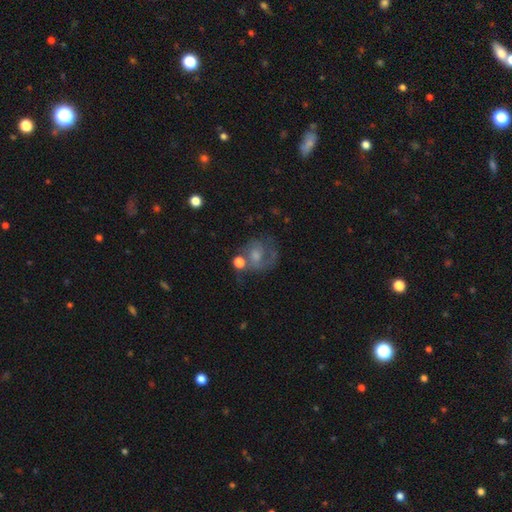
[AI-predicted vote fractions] Smooth or featured: featured or disk — 59% (smooth — 30%)
Edge-on disk: no — 98% (yes — 2%)
Bar: no — 63% (weak — 32%)
Spiral arms: yes — 81% (no — 19%)
Bulge size: moderate — 38% (small — 33%)
Merging: none — 45% (major disturbance — 22%)